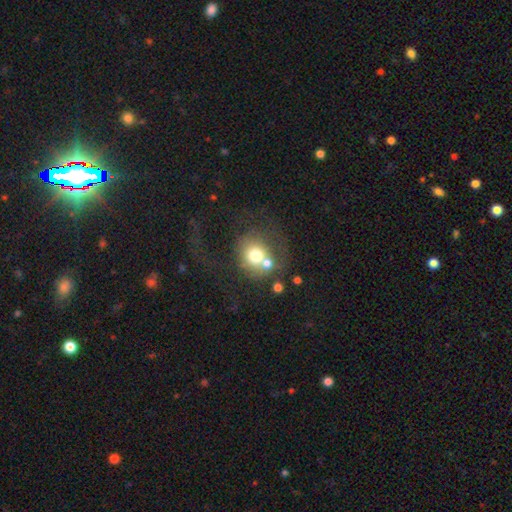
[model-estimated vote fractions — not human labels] The model was most divided on "merging": none: 37%, merger: 35%, major disturbance: 15%, minor disturbance: 13%. More confident: how rounded — round (82%); smooth or featured — smooth (65%).